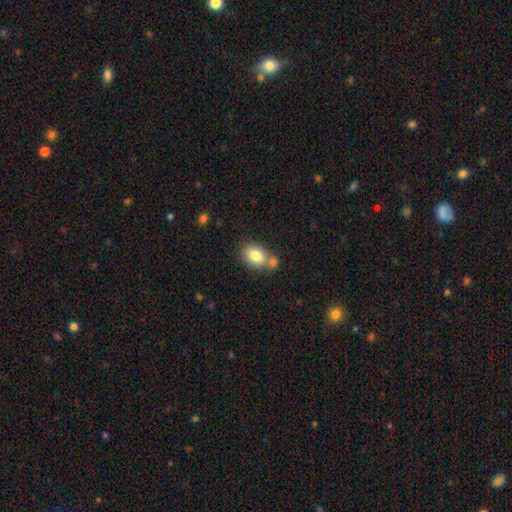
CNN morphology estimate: Overall: smooth (81%). How rounded: in between (75%). Merging: none (51%; merger 32%).